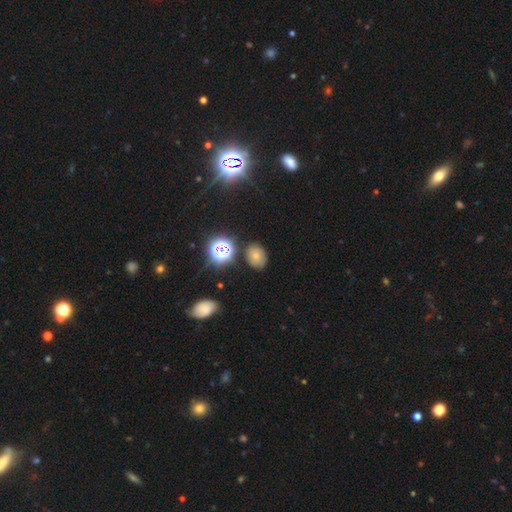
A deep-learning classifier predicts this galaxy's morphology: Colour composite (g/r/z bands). It shows a smooth galaxy with no disk features (64%) that is in between round and cigar-shaped (56%). Merging: none (77%).